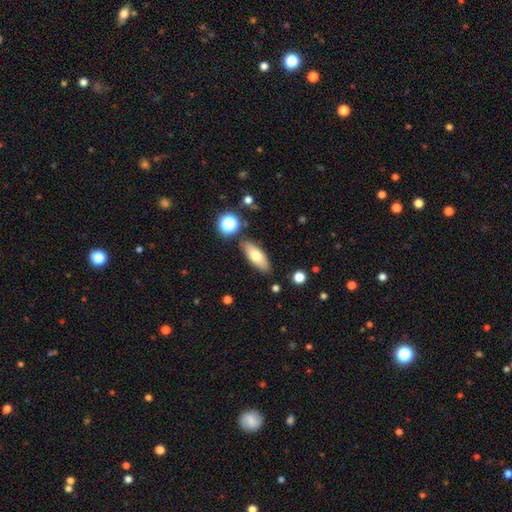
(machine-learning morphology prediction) This is likely a smooth galaxy (70%). How rounded: likely in between (72%). Merging: clearly none (84%).